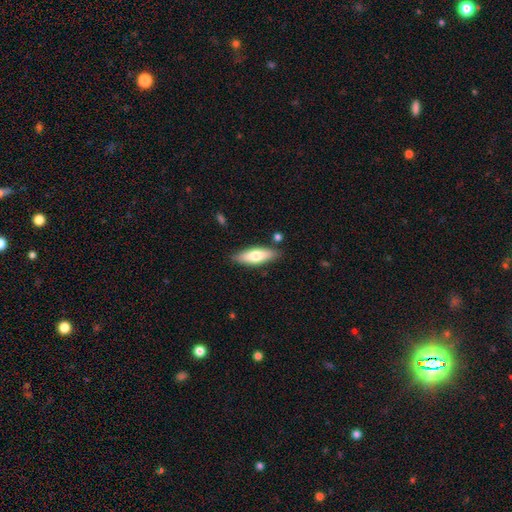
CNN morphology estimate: Smooth or featured? Predicted: smooth (p=0.68). How rounded? Predicted: in between (p=0.59). Merging? Predicted: none (p=0.83).